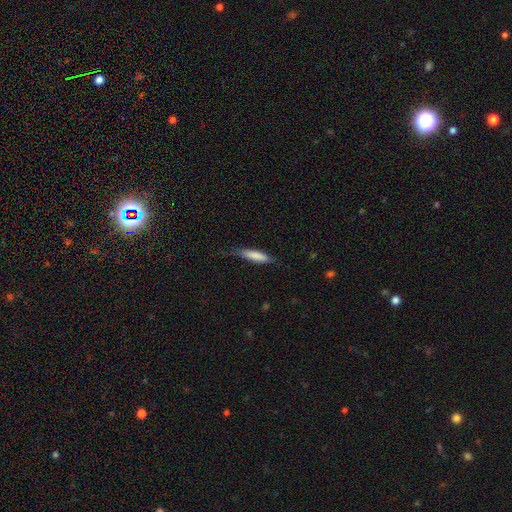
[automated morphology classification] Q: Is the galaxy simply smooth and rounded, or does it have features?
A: smooth — 77%.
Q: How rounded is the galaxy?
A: cigar-shaped — 78%.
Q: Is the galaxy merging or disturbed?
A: none — 67%.